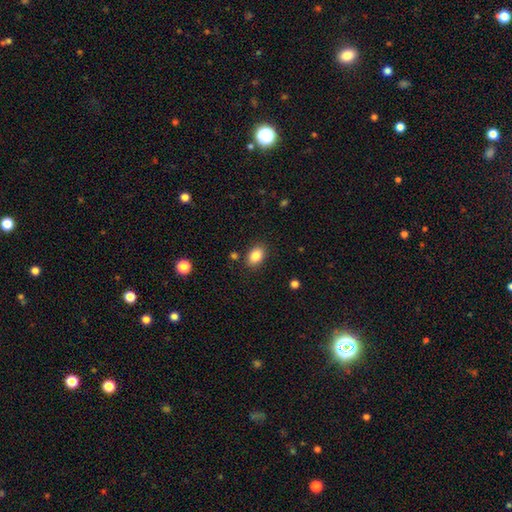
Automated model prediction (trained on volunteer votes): The model was most divided on "how rounded": in between: 84%, round: 15%, cigar-shaped: 1%. More confident: merging — none (86%); smooth or featured — smooth (86%).